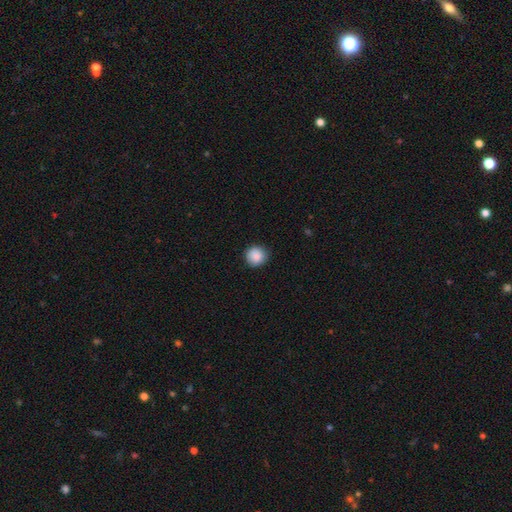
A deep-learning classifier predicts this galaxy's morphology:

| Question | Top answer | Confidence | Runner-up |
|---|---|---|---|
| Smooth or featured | smooth | 89% | star or artifact (8%) |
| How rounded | round | 93% | in between (7%) |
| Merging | none | 88% | minor disturbance (9%) |